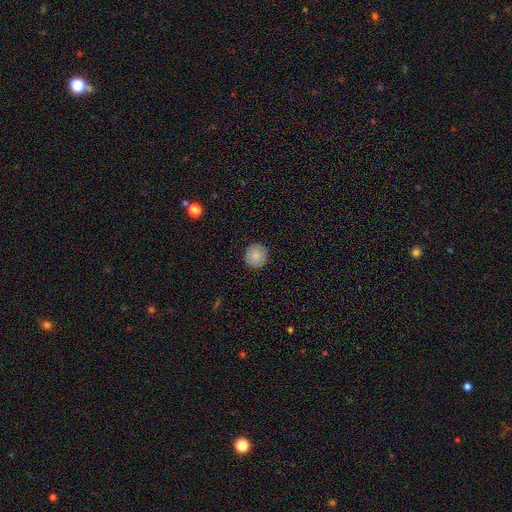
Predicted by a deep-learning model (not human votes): Smooth or featured: smooth — 84% (featured or disk — 9%)
How rounded: round — 96% (in between — 3%)
Merging: none — 91% (minor disturbance — 7%)